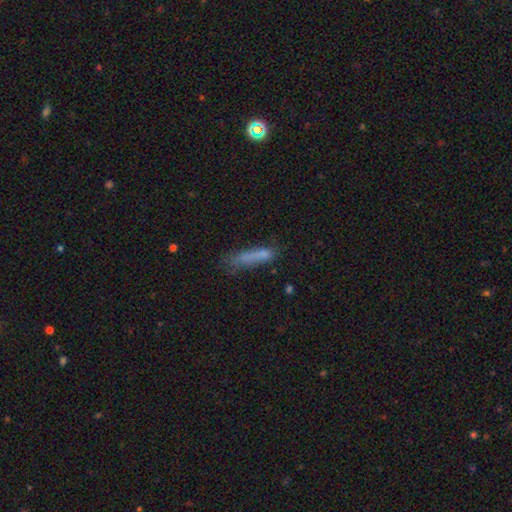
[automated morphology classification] Overall: smooth (71%). How rounded: cigar-shaped (84%). Merging: none (49%; minor disturbance 28%).